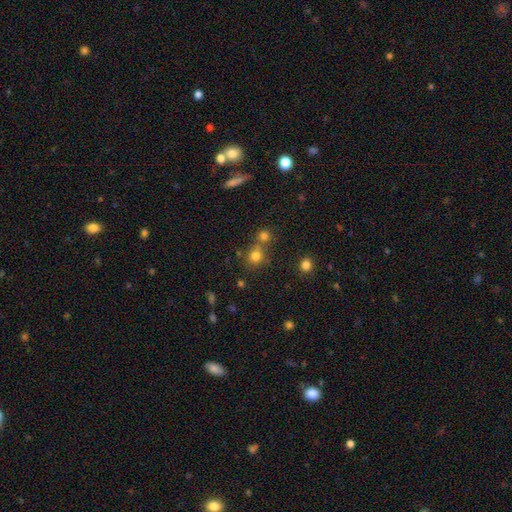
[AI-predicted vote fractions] Smooth or featured: smooth — 76% (star or artifact — 17%)
How rounded: round — 87% (in between — 12%)
Merging: none — 59% (merger — 30%)